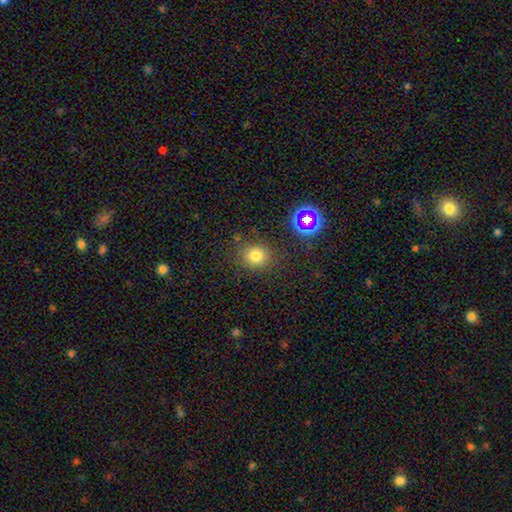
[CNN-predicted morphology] smooth-or-featured: smooth: 77% | star or artifact: 16% | featured or disk: 7%
  how-rounded: round: 77% | in between: 22% | cigar-shaped: 1%
  merging: none: 81% | minor disturbance: 11% | major disturbance: 4% | merger: 4%